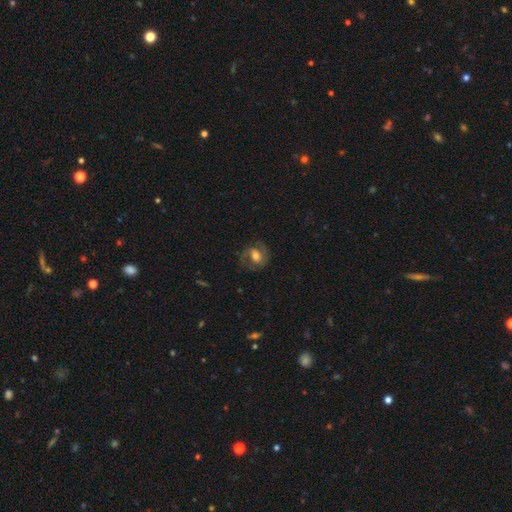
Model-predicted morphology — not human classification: Smooth or featured: featured or disk — 58% (smooth — 33%)
Edge-on disk: no — 96% (yes — 4%)
Bar: weak — 42% (no — 41%)
Spiral arms: yes — 84% (no — 16%)
Bulge size: moderate — 60% (large — 20%)
Merging: none — 69% (minor disturbance — 18%)